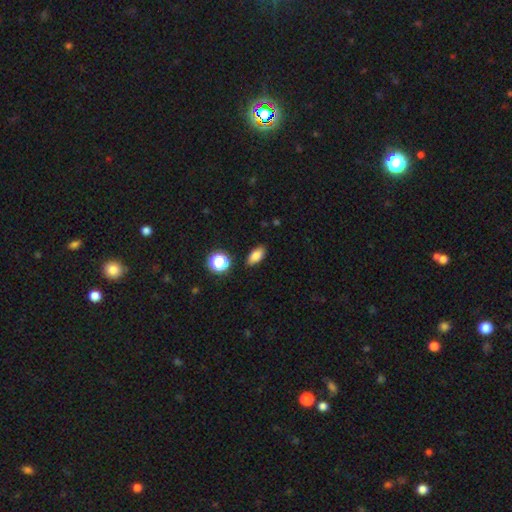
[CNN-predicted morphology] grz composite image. It shows a smooth galaxy with no disk features (82%) that is in between round and cigar-shaped (86%). Merging: none (87%).